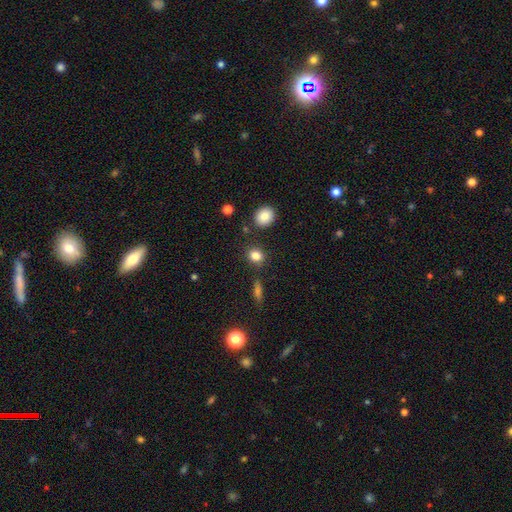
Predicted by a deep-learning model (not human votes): Smooth or featured? smooth (83%)
How rounded? round (63%)
Merging? none (83%)